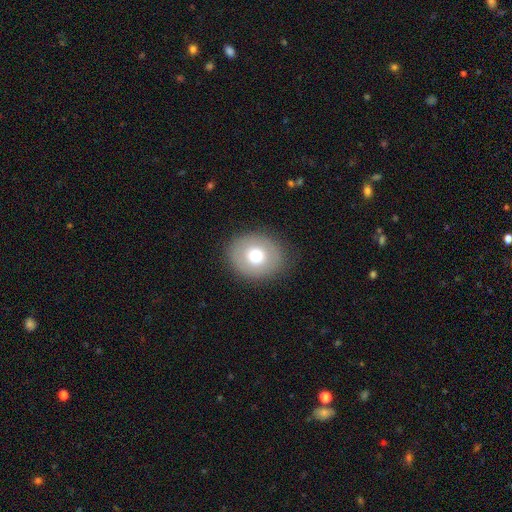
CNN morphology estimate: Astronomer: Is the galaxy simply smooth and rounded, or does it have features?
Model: smooth — 70%.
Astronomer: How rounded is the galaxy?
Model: round — 67%.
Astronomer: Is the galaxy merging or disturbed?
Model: none — 86%.